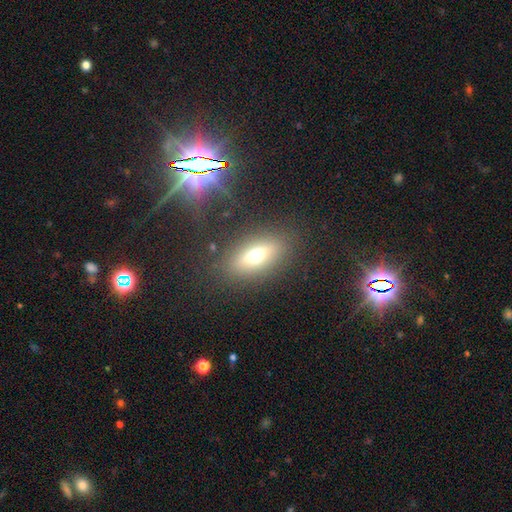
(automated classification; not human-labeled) This appears to be a smooth galaxy with no disk features (61%) that is in between round and cigar-shaped (75%). Merging: none (83%).